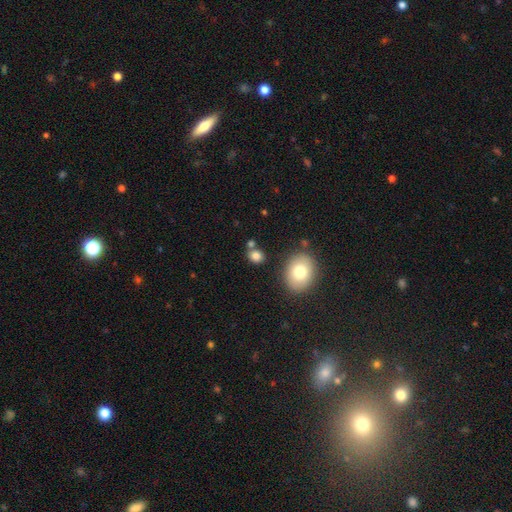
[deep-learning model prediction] Q: Smooth or featured?
A: smooth (82%); runner-up: star or artifact (11%)
Q: How rounded?
A: round (69%); runner-up: in between (29%)
Q: Merging?
A: none (72%); runner-up: merger (14%)